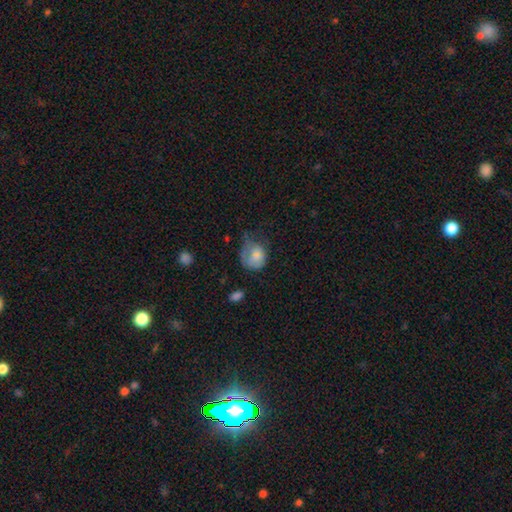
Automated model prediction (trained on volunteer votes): Q: Smooth or featured?
A: smooth (73%); runner-up: featured or disk (19%)
Q: How rounded?
A: round (59%); runner-up: in between (40%)
Q: Merging?
A: major disturbance (38%); runner-up: minor disturbance (33%)